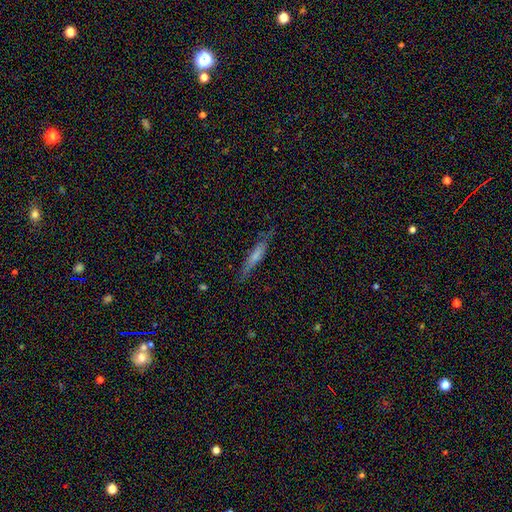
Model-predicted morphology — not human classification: Smooth or featured? Predicted: smooth (p=0.55). How rounded? Predicted: cigar-shaped (p=0.87). Merging? Predicted: none (p=0.76).